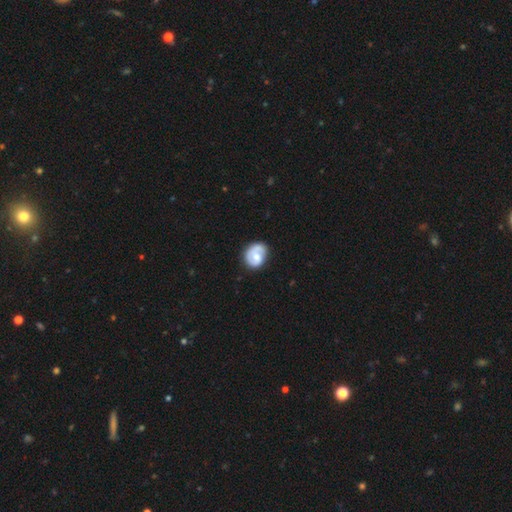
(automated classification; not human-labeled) This appears to be a featured or disk galaxy (57%) with no bar (59%), spiral arms (85%) and a moderate central bulge (51%). Merging: none (69%).